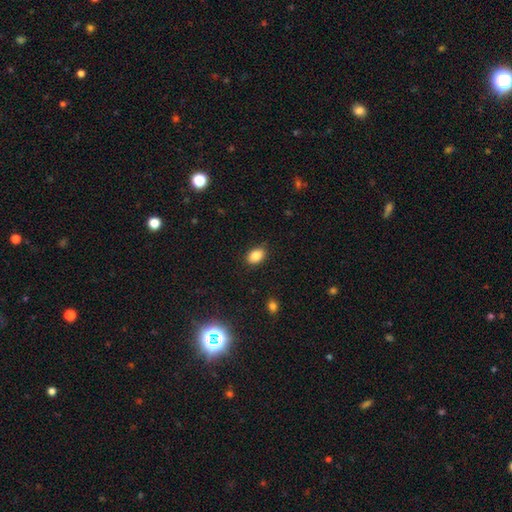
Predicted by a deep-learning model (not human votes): smooth-or-featured: smooth: 86% | star or artifact: 9% | featured or disk: 5%
  how-rounded: in between: 82% | round: 16% | cigar-shaped: 1%
  merging: none: 85% | minor disturbance: 11% | major disturbance: 3% | merger: 1%